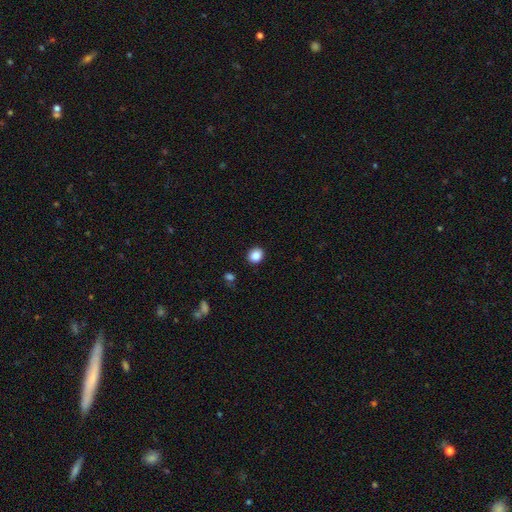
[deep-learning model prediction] Q: Smooth or featured?
A: smooth (87%); runner-up: star or artifact (9%)
Q: How rounded?
A: round (68%); runner-up: in between (31%)
Q: Merging?
A: none (89%); runner-up: minor disturbance (7%)